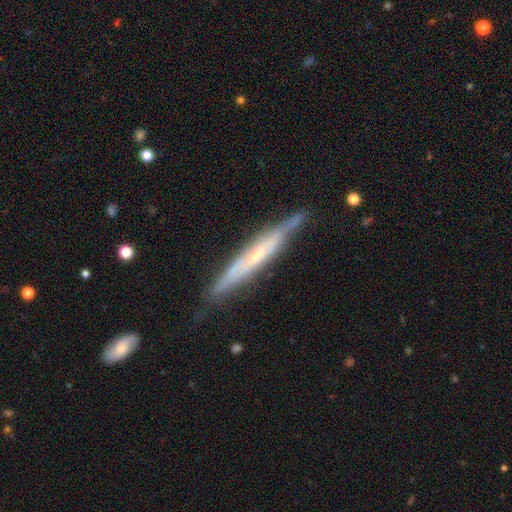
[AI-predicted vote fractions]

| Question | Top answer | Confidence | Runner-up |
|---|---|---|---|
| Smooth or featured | featured or disk | 67% | smooth (27%) |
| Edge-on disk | yes | 90% | no (10%) |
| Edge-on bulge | none | 53% | rounded (33%) |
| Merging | none | 73% | minor disturbance (21%) |